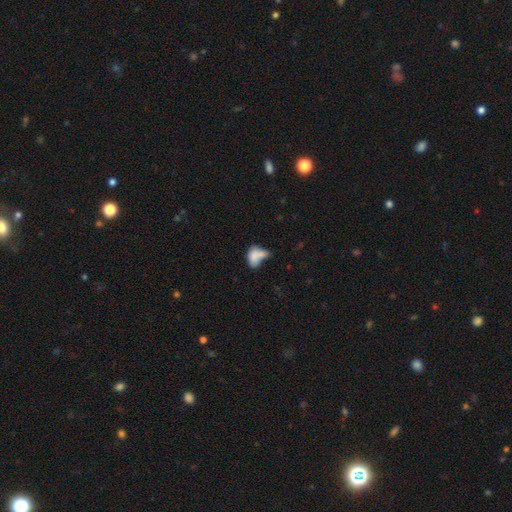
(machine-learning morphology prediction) This is likely a smooth galaxy (72%). How rounded: clearly in between (83%). Merging: marginally merger (44%).